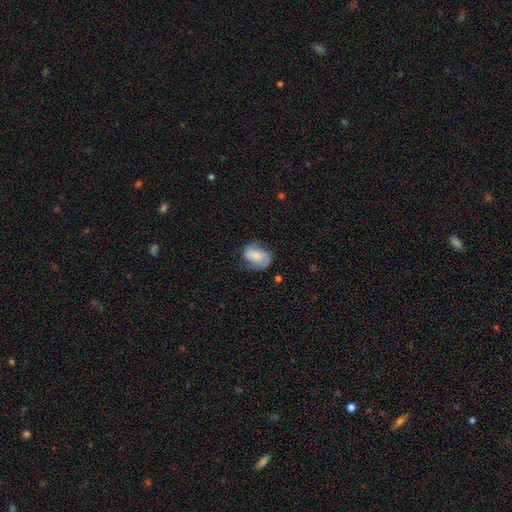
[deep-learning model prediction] A featured or disk galaxy (55%) with no bar (56%), spiral arms (89%) and a small central bulge (43%).

Vote fractions:
- Smooth or featured? featured or disk: 55% / smooth: 37% / star or artifact: 7%
- Edge-on disk? no: 97% / yes: 3%
- Bar? no: 56% / weak: 33% / strong: 11%
- Spiral arms? yes: 89% / no: 11%
- Bulge size? small: 43% / moderate: 30% / none: 16% / large: 8% / dominant: 2%
- Merging? none: 62% / minor disturbance: 25% / major disturbance: 12% / merger: 2%